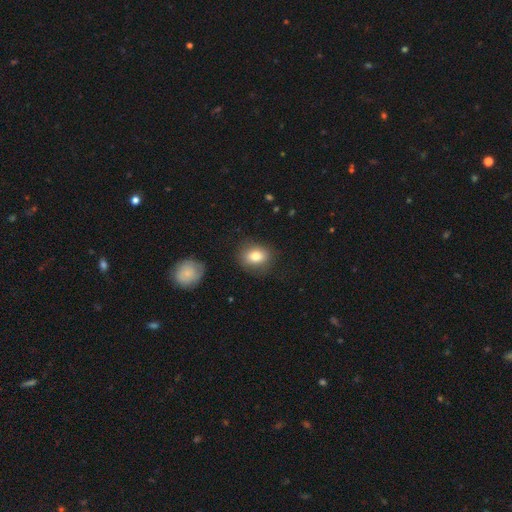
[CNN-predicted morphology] Smooth or featured: smooth — 81% (featured or disk — 10%)
How rounded: round — 53% (in between — 46%)
Merging: none — 82% (minor disturbance — 13%)